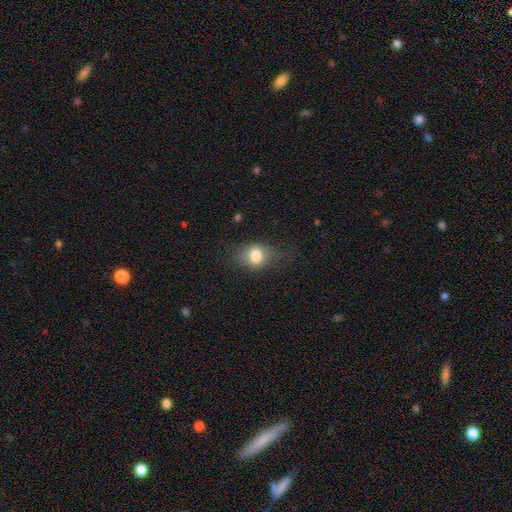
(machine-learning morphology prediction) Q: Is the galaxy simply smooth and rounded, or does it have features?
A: smooth — 75%.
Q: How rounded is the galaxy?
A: in between — 54%.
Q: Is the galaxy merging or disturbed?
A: none — 62%.